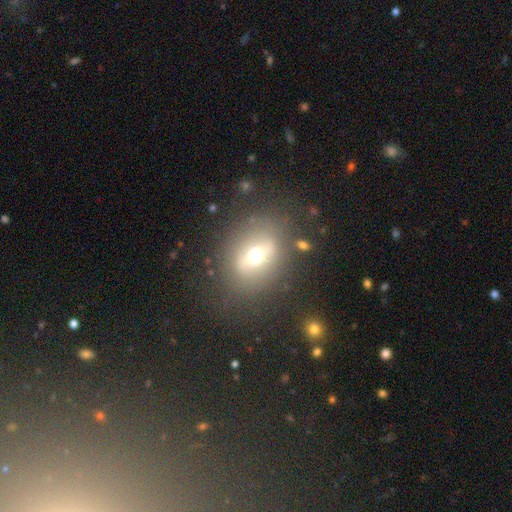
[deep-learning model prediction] Smooth or featured? Predicted: smooth (p=0.49). Merging? Predicted: none (p=0.77).